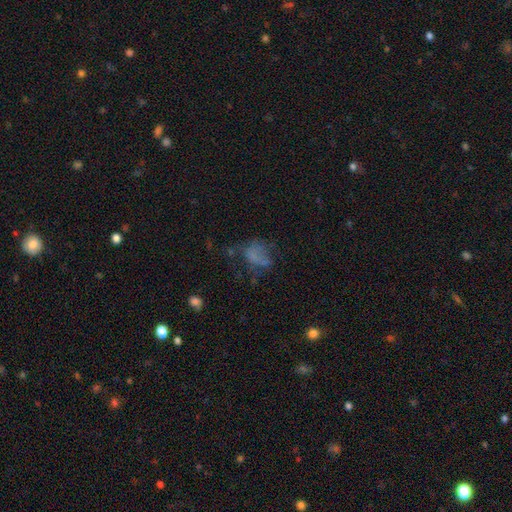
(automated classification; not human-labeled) A smooth galaxy with no disk features (51%) that is in between round and cigar-shaped (68%). Merging: major disturbance (37%).